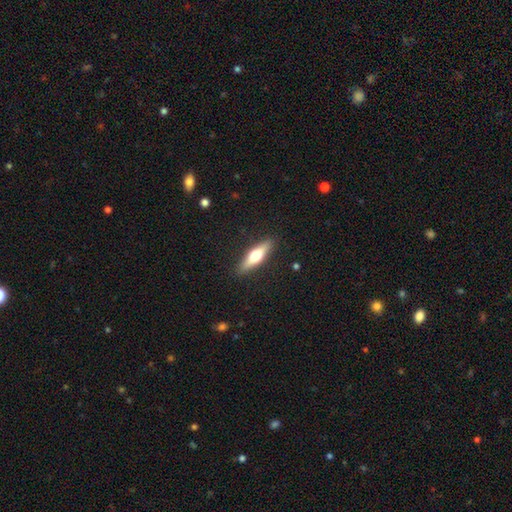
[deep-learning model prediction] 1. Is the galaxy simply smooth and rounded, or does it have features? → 48% smooth, 46% featured or disk, 6% star or artifact.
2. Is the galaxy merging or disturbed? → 89% none, 8% minor disturbance, 2% major disturbance, 1% merger.